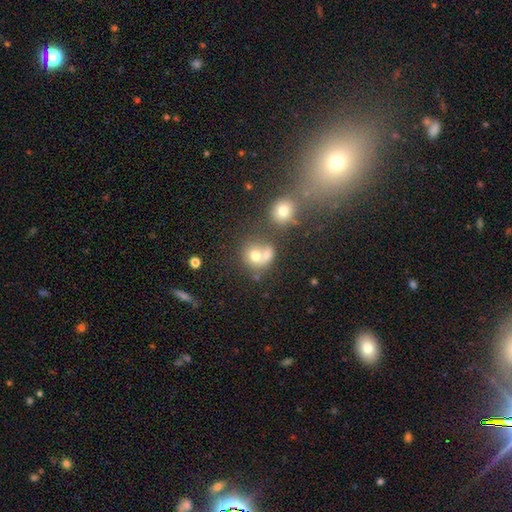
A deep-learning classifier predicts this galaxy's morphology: The model was most divided on "merging": merger: 44%, none: 41%, minor disturbance: 10%, major disturbance: 6%. More confident: how rounded — round (79%); smooth or featured — smooth (69%).